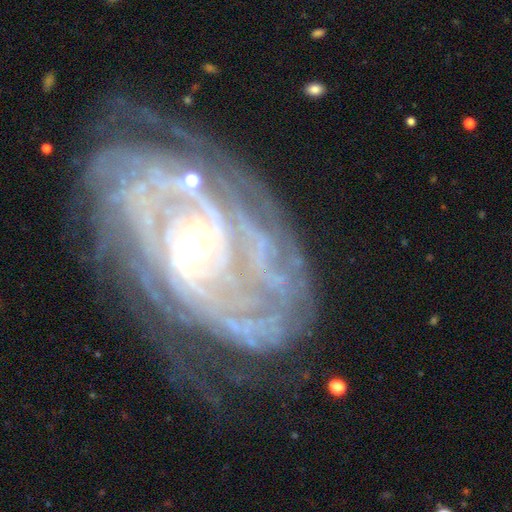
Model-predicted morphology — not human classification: Smooth or featured?
  - featured or disk: 88% *
  - star or artifact: 7%
  - smooth: 5%
Edge-on disk?
  - no: 95% *
  - yes: 5%
Bar?
  - no: 43% *
  - weak: 34%
  - strong: 23%
Spiral arms?
  - yes: 95% *
  - no: 5%
Spiral winding?
  - tight: 66% *
  - medium: 26%
  - loose: 8%
Spiral arm count?
  - can't tell: 27% *
  - 2: 22%
  - 3: 16%
  - 4: 13%
  - more than 4: 13%
  - 1: 9%
Bulge size?
  - moderate: 55% *
  - small: 34%
  - large: 7%
  - none: 2%
  - dominant: 2%
Merging?
  - none: 64% *
  - minor disturbance: 18%
  - major disturbance: 13%
  - merger: 5%